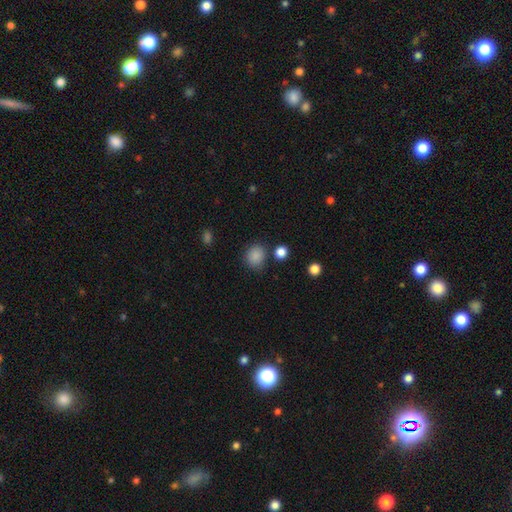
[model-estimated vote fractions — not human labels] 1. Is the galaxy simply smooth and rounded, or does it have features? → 86% smooth, 10% star or artifact, 4% featured or disk.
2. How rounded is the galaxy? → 75% round, 24% in between, 1% cigar-shaped.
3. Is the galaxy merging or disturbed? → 80% none, 12% minor disturbance, 5% merger, 4% major disturbance.